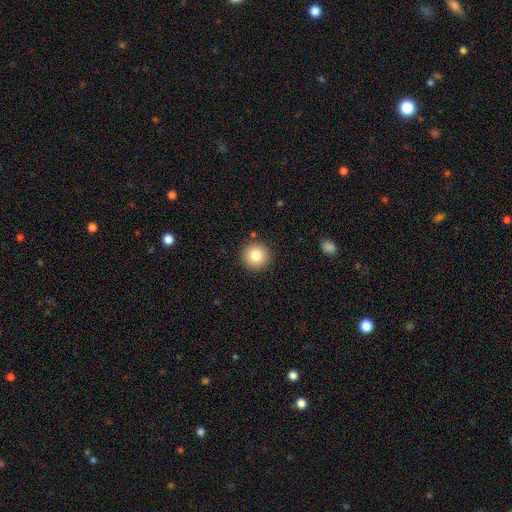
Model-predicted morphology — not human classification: type=smooth (82%); roundness=round (95%); merging=none (89%).